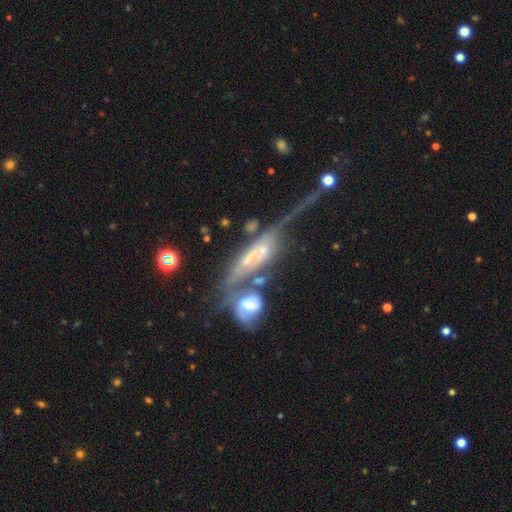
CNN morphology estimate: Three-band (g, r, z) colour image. It shows a featured or disk galaxy (72%). Merging: merger (47%).